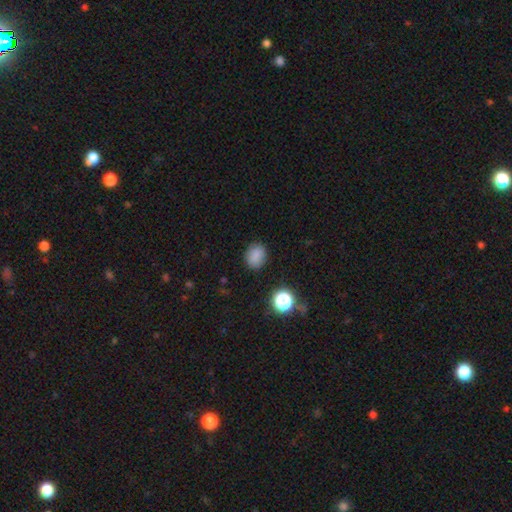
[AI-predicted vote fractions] Q: Smooth or featured?
A: smooth (83%); runner-up: star or artifact (13%)
Q: How rounded?
A: round (55%); runner-up: in between (44%)
Q: Merging?
A: none (84%); runner-up: minor disturbance (11%)